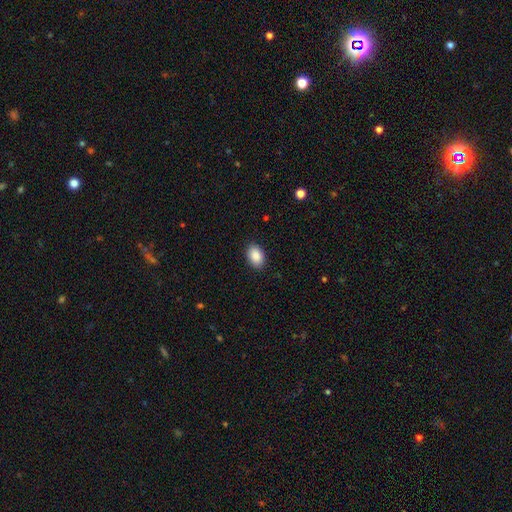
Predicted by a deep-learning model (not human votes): A smooth galaxy with no disk features (90%) that is in between round and cigar-shaped (86%). Merging: none (89%).